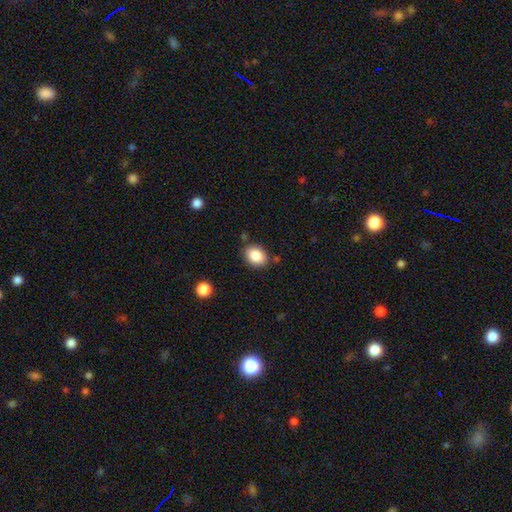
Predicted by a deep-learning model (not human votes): smooth-or-featured: smooth: 86% | star or artifact: 8% | featured or disk: 6%
  how-rounded: in between: 60% | round: 39% | cigar-shaped: 1%
  merging: none: 82% | minor disturbance: 12% | merger: 4% | major disturbance: 3%